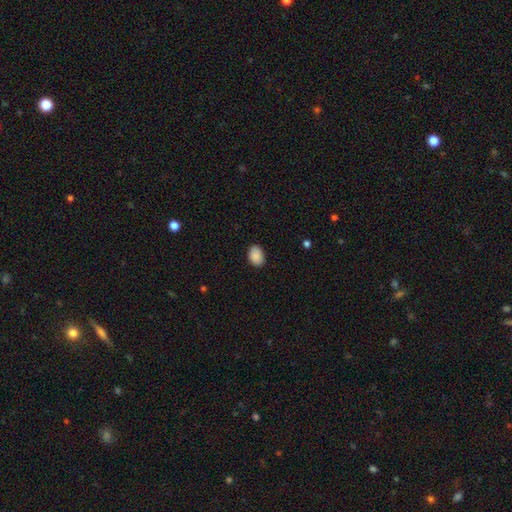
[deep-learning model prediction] smooth-or-featured: smooth: 89% | star or artifact: 7% | featured or disk: 4%
  how-rounded: in between: 81% | round: 18% | cigar-shaped: 1%
  merging: none: 87% | minor disturbance: 10% | major disturbance: 2% | merger: 1%